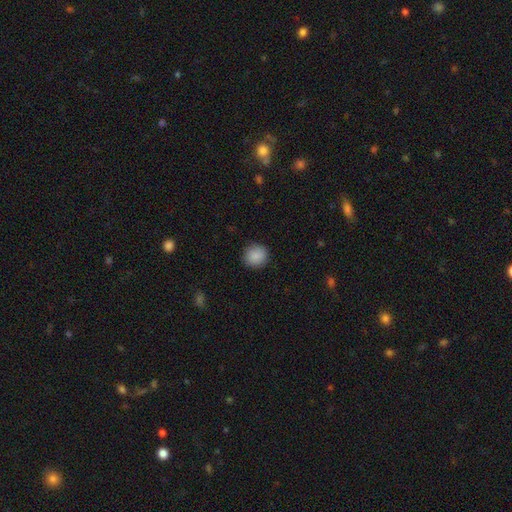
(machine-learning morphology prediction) A smooth galaxy with no disk features (89%) that is round (89%).

Vote fractions:
- Smooth or featured? smooth: 89% / star or artifact: 8% / featured or disk: 3%
- How rounded? round: 89% / in between: 10% / cigar-shaped: 1%
- Merging? none: 90% / minor disturbance: 7% / major disturbance: 2% / merger: 1%